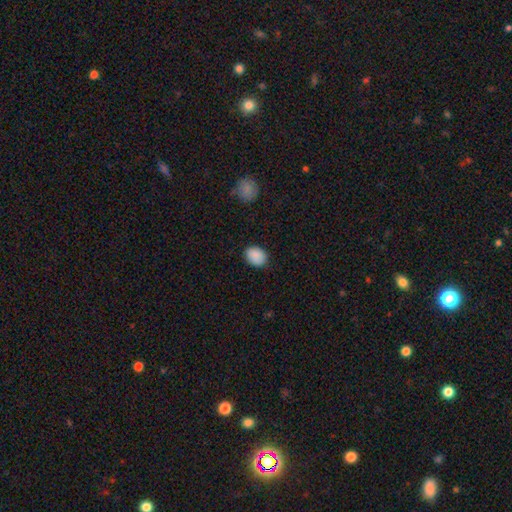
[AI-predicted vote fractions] smooth-or-featured: smooth: 89% | star or artifact: 7% | featured or disk: 3%
  how-rounded: in between: 65% | round: 34% | cigar-shaped: 1%
  merging: none: 85% | minor disturbance: 12% | major disturbance: 3% | merger: 1%